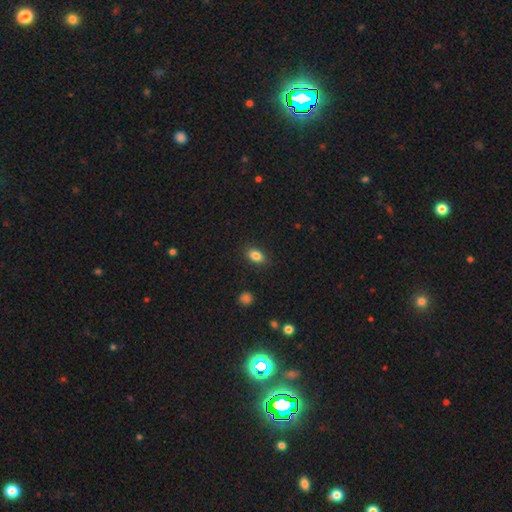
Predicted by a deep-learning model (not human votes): Q: Smooth or featured?
A: smooth (85%); runner-up: star or artifact (9%)
Q: How rounded?
A: in between (86%); runner-up: round (11%)
Q: Merging?
A: none (87%); runner-up: minor disturbance (9%)